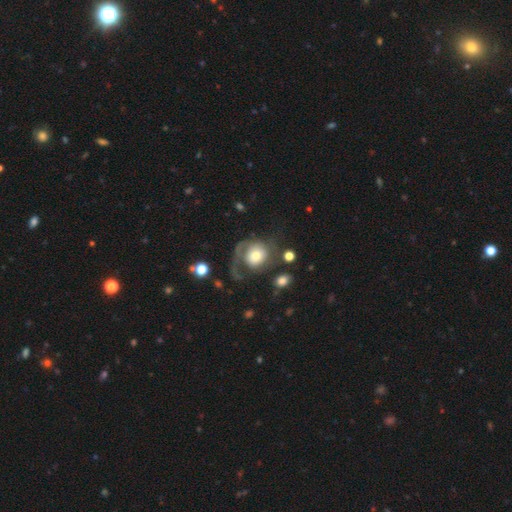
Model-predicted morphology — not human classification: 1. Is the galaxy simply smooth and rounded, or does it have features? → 56% featured or disk, 37% smooth, 7% star or artifact.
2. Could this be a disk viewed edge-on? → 97% no, 3% yes.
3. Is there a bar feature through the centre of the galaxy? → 78% no, 18% weak, 4% strong.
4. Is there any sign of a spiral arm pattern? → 77% yes, 23% no.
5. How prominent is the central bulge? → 49% moderate, 28% large, 16% small, 6% dominant, 2% none.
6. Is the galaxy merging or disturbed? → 42% major disturbance, 36% none, 16% minor disturbance, 5% merger.